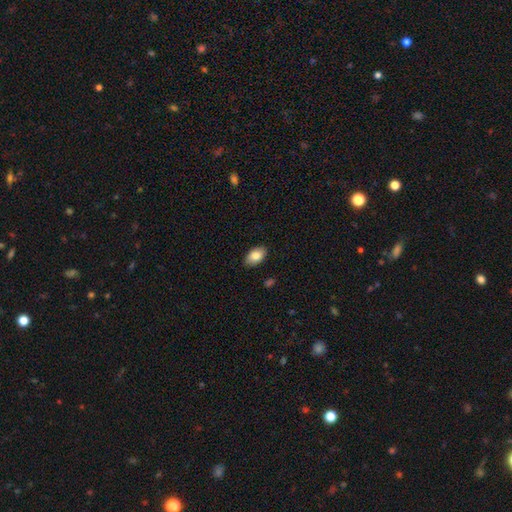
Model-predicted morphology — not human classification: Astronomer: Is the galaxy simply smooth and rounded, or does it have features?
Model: smooth — 84%.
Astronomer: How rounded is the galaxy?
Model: in between — 93%.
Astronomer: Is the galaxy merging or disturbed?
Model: none — 87%.